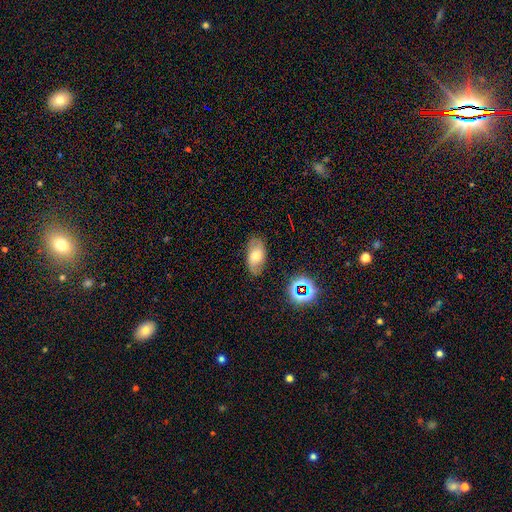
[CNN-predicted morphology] Q: Smooth or featured?
A: smooth (61%); runner-up: featured or disk (27%)
Q: How rounded?
A: in between (92%); runner-up: round (6%)
Q: Merging?
A: none (78%); runner-up: minor disturbance (17%)